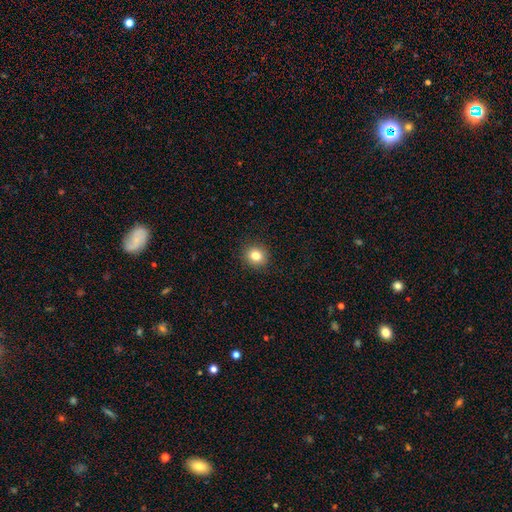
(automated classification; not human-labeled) Smooth or featured? smooth (81%)
How rounded? round (85%)
Merging? none (91%)